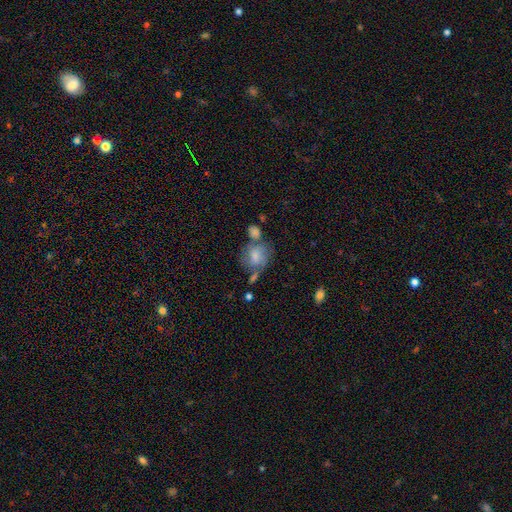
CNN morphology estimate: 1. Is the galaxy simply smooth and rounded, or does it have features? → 62% smooth, 30% featured or disk, 8% star or artifact.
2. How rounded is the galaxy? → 64% round, 35% in between, 1% cigar-shaped.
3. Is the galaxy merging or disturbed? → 39% none, 27% merger, 21% minor disturbance, 14% major disturbance.